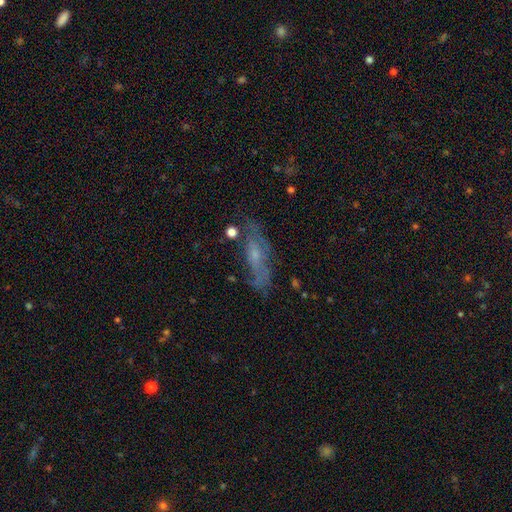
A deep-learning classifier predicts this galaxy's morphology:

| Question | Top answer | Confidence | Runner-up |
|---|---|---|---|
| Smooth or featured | featured or disk | 52% | smooth (35%) |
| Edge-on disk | no | 69% | yes (31%) |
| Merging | none | 62% | minor disturbance (22%) |